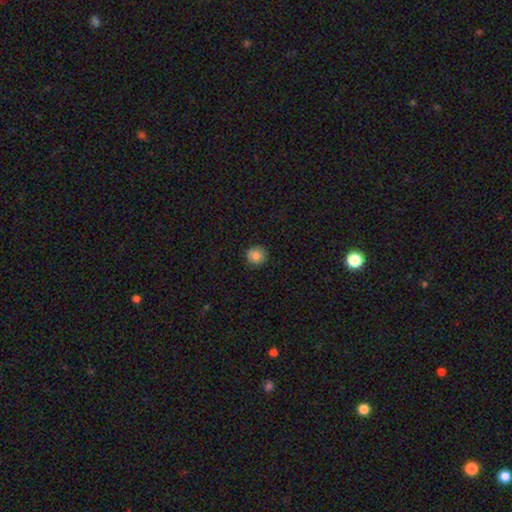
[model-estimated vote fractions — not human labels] Smooth or featured? Predicted: smooth (p=0.83). How rounded? Predicted: round (p=0.93). Merging? Predicted: none (p=0.90).